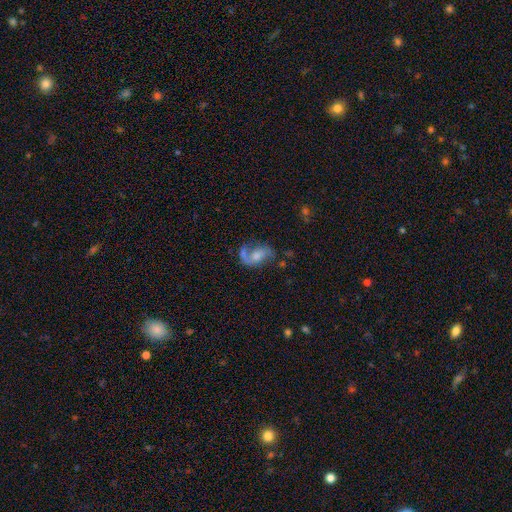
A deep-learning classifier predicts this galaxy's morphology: This appears to be a featured or disk galaxy (68%) with no bar (52%), 2 (74%) loose (55%) spiral arms (87%) and a moderate central bulge (49%). Merging: none (47%).